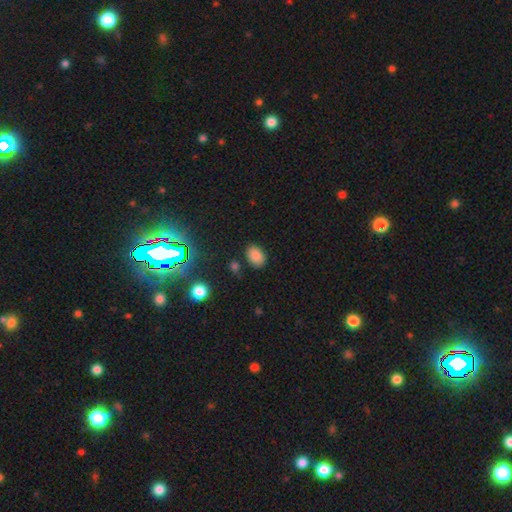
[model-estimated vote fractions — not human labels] The model was most divided on "how rounded": in between: 81%, round: 18%, cigar-shaped: 1%. More confident: smooth or featured — smooth (82%); merging — none (81%).